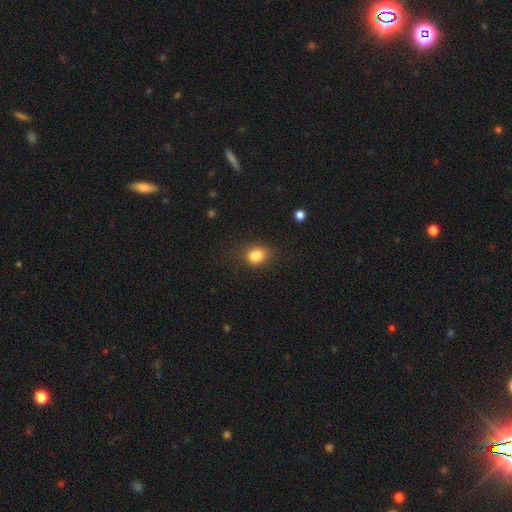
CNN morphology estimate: This appears to be a smooth galaxy with no disk features (84%) that is in between round and cigar-shaped (55%). Merging: none (70%).